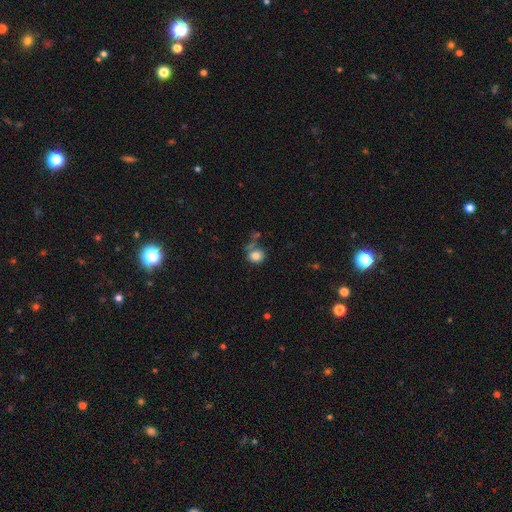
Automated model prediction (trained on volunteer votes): A smooth galaxy with no disk features (81%) that is round (72%). Merging: none (54%).